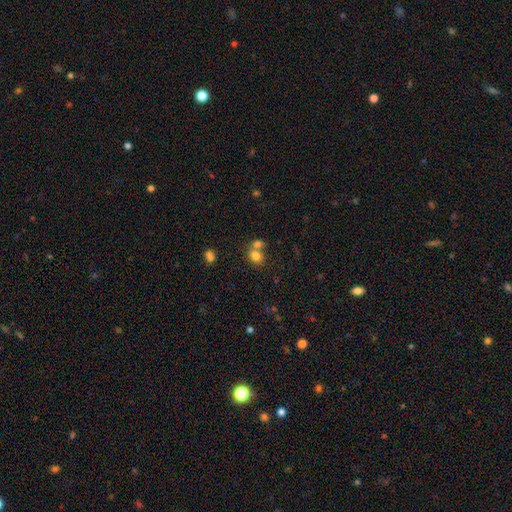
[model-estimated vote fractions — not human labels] A smooth galaxy with no disk features (79%) that is round (55%). Merging: merger (47%).